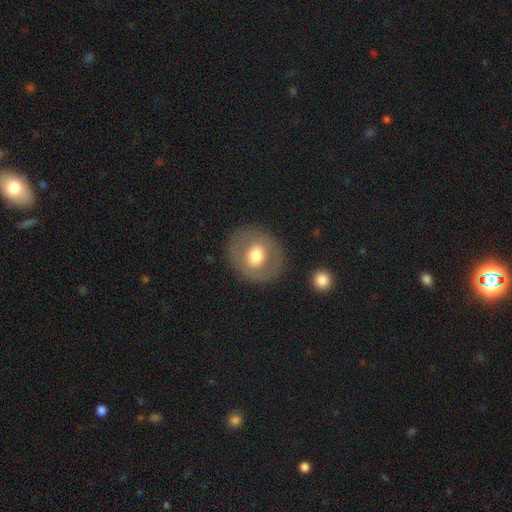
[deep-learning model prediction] smooth-or-featured: smooth: 58% | featured or disk: 35% | star or artifact: 7%
  how-rounded: round: 73% | in between: 26% | cigar-shaped: 1%
  merging: none: 85% | minor disturbance: 9% | major disturbance: 5% | merger: 1%